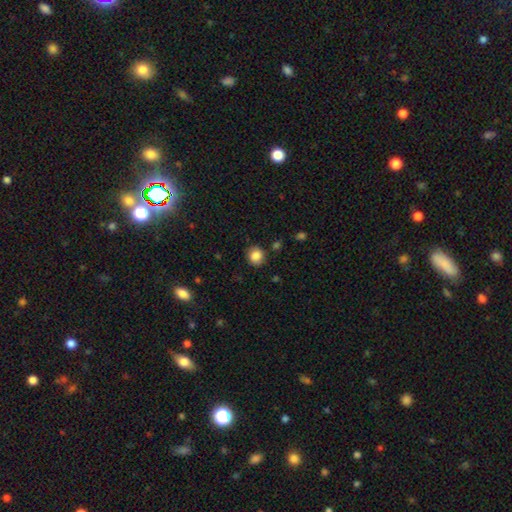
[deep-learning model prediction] Smooth or featured? smooth (85%)
How rounded? round (81%)
Merging? none (85%)